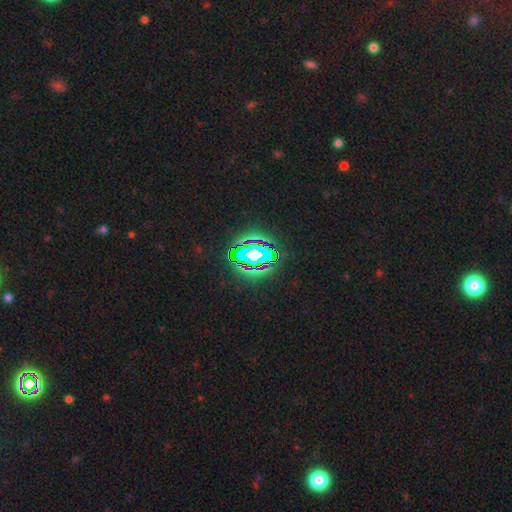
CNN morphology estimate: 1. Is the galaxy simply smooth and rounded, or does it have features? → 82% star or artifact, 11% smooth, 7% featured or disk.